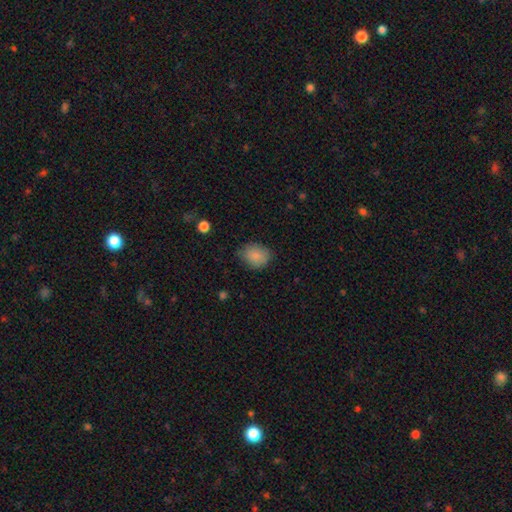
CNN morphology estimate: A smooth galaxy with no disk features (85%) that is in between round and cigar-shaped (52%). Merging: none (75%).